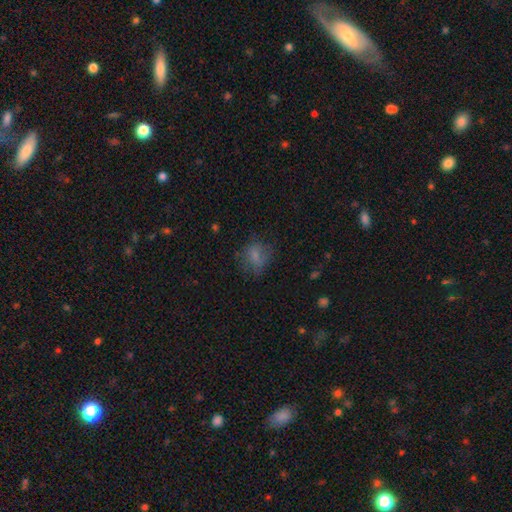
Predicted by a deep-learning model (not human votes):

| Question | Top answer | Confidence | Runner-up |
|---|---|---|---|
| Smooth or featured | smooth | 68% | featured or disk (19%) |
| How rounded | round | 50% | in between (48%) |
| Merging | none | 56% | minor disturbance (24%) |